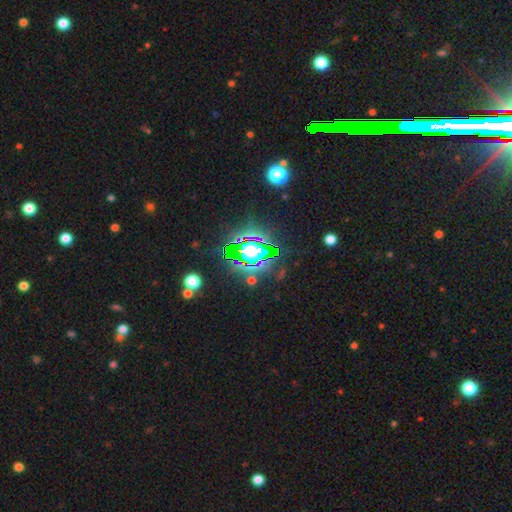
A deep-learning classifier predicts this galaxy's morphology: A star or artifact, not a galaxy (76%).

Vote fractions:
- Smooth or featured? star or artifact: 76% / smooth: 12% / featured or disk: 12%